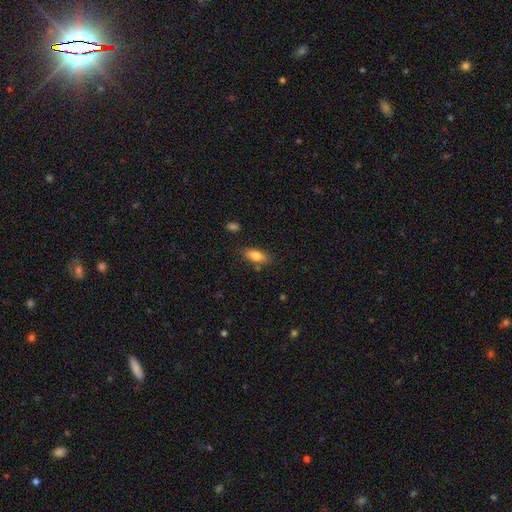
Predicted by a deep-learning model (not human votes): Q: Smooth or featured?
A: smooth (83%); runner-up: featured or disk (10%)
Q: How rounded?
A: in between (84%); runner-up: cigar-shaped (13%)
Q: Merging?
A: none (79%); runner-up: minor disturbance (13%)